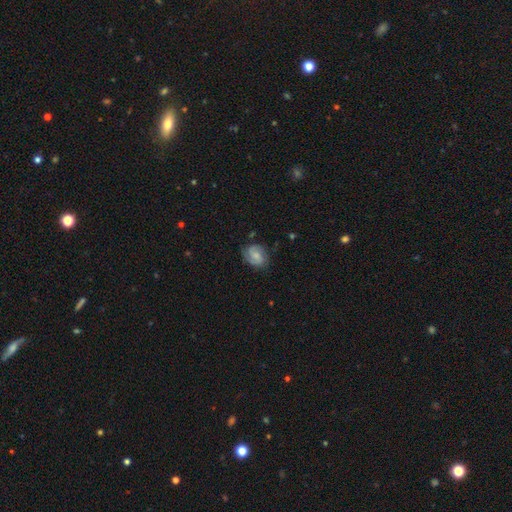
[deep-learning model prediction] Smooth or featured?
  - featured or disk: 56% *
  - smooth: 36%
  - star or artifact: 8%
Edge-on disk?
  - no: 97% *
  - yes: 3%
Bar?
  - no: 52% *
  - weak: 40%
  - strong: 8%
Spiral arms?
  - yes: 90% *
  - no: 10%
Bulge size?
  - small: 45% *
  - moderate: 36%
  - none: 13%
  - large: 4%
  - dominant: 1%
Merging?
  - none: 72% *
  - minor disturbance: 21%
  - major disturbance: 6%
  - merger: 1%